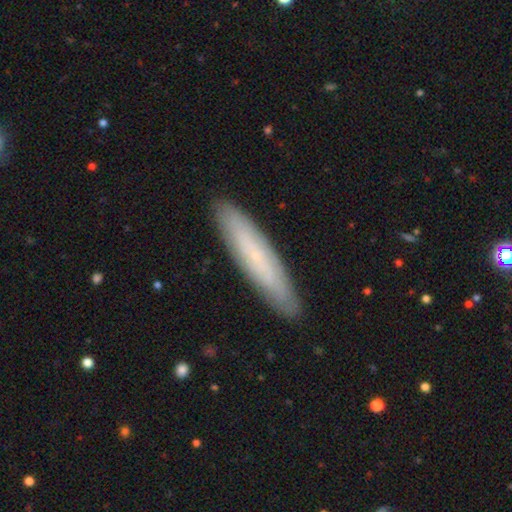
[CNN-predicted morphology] A smooth galaxy with no disk features (51%) that is cigar-shaped (87%). Merging: none (90%).